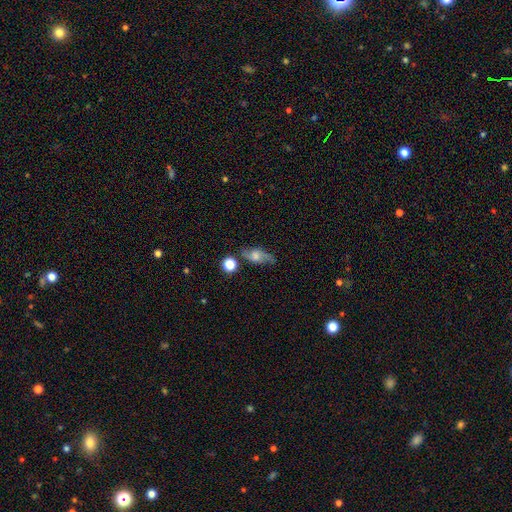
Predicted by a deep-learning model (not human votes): This is possibly a featured or disk galaxy (50%). Merging: likely none (63%).